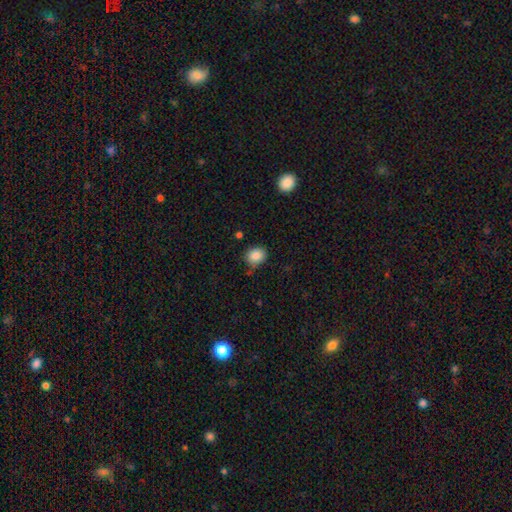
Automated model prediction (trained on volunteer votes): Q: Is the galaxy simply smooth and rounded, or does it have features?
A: smooth — 87%.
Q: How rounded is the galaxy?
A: round — 66%.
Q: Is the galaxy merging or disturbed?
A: none — 77%.